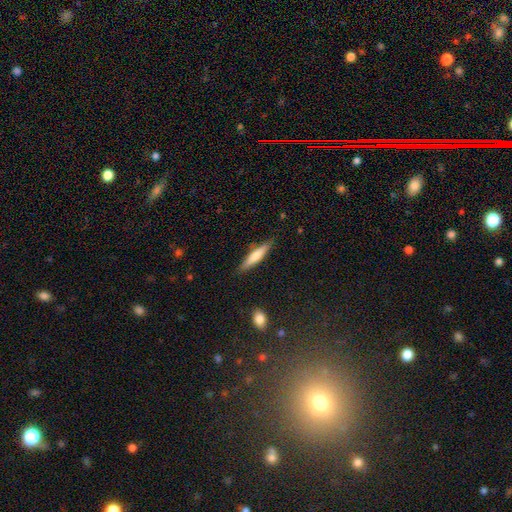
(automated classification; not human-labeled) This is likely a smooth galaxy (63%). How rounded: clearly cigar-shaped (86%). Merging: clearly none (85%).